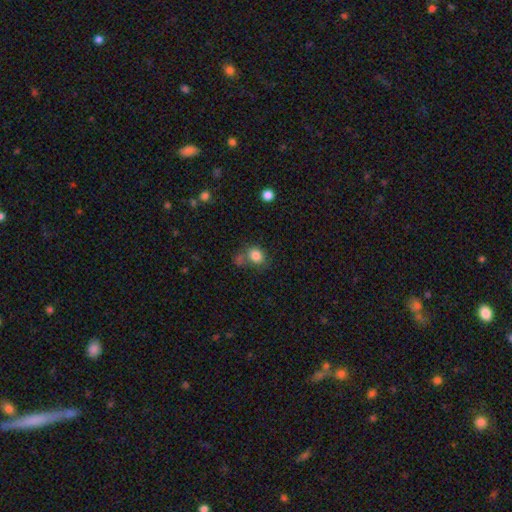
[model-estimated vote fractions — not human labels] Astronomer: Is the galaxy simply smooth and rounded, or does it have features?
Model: smooth — 83%.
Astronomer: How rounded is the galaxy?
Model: round — 55% (runner-up: in between, 44%).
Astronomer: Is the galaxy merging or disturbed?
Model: none — 51%.